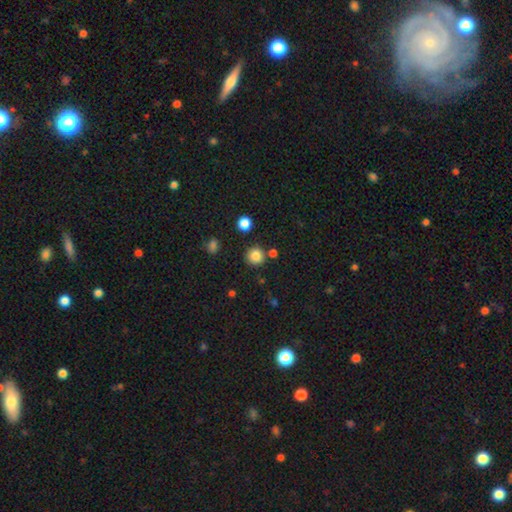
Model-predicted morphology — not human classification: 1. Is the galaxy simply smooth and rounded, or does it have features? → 84% smooth, 12% star or artifact, 4% featured or disk.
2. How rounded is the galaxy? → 93% round, 6% in between, 1% cigar-shaped.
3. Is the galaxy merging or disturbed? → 82% none, 8% minor disturbance, 7% merger, 3% major disturbance.